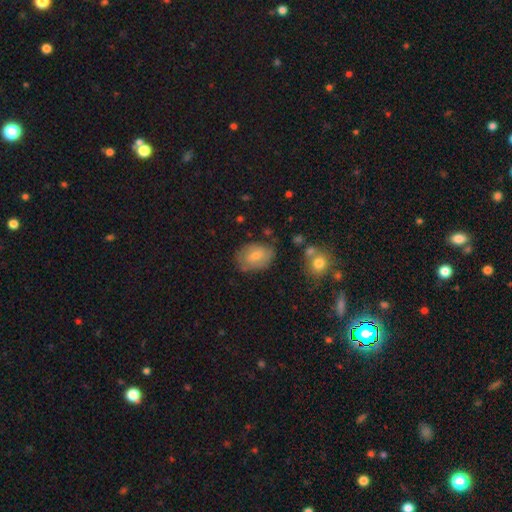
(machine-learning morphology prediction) type=smooth (53%); roundness=in between (70%); merging=none (73%).